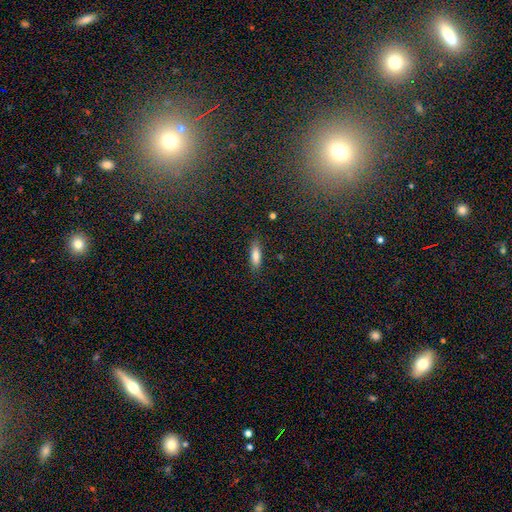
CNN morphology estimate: This is clearly a smooth galaxy (82%). How rounded: possibly in between (53%). Merging: clearly none (85%).